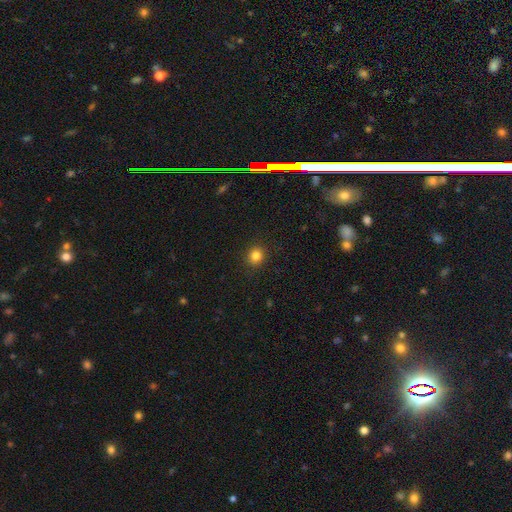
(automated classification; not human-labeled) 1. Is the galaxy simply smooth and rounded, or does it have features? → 84% smooth, 12% star or artifact, 5% featured or disk.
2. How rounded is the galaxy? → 85% round, 14% in between, 1% cigar-shaped.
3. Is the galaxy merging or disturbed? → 91% none, 6% minor disturbance, 2% major disturbance, 1% merger.